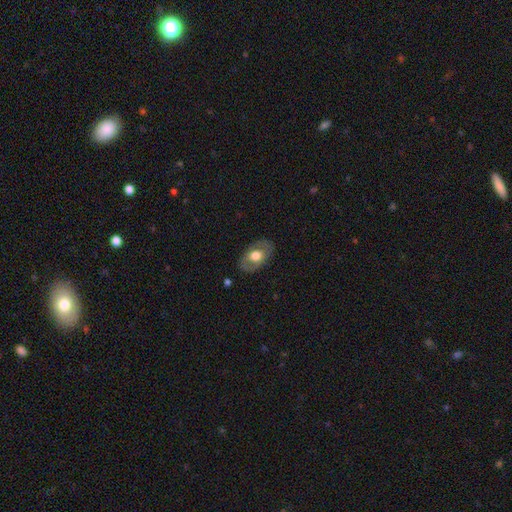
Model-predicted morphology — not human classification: The model was most divided on "smooth or featured": smooth: 53%, featured or disk: 41%, star or artifact: 6%. More confident: how rounded — in between (86%); merging — none (81%).